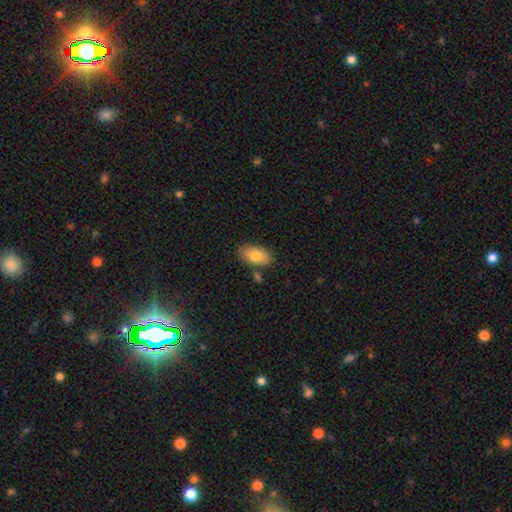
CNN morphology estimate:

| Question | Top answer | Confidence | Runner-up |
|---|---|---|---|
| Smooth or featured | smooth | 83% | featured or disk (11%) |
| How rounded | in between | 93% | round (4%) |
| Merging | none | 77% | minor disturbance (14%) |